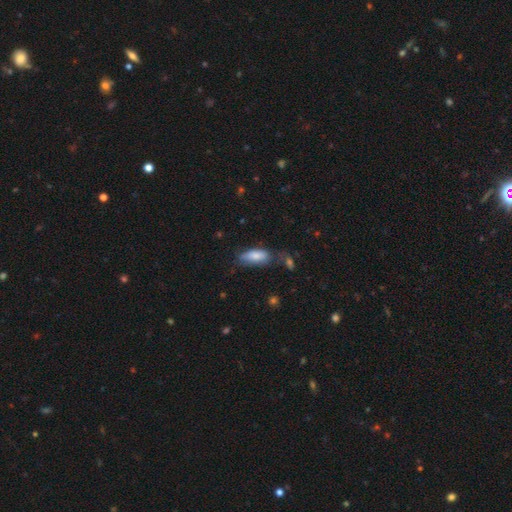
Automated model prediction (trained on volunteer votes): smooth 81%, featured or disk 12%, star or artifact 7%. Down the decision tree: how rounded — in between (84%); merging — none (49%).